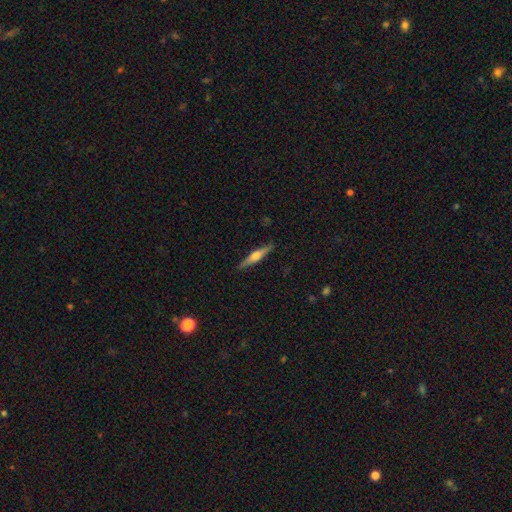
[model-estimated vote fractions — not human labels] A featured or disk galaxy (59%) viewed edge-on (97%) with a rounded central bulge (87%). Merging: none (89%).